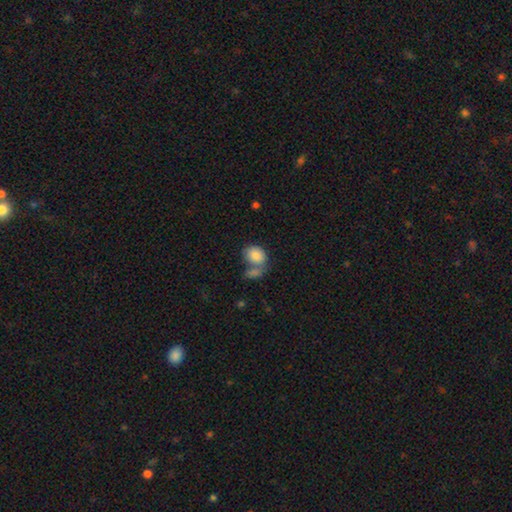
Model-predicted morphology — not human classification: Overall: smooth (84%). How rounded: in between (64%; round 35%). Merging: merger (43%; none 37%).